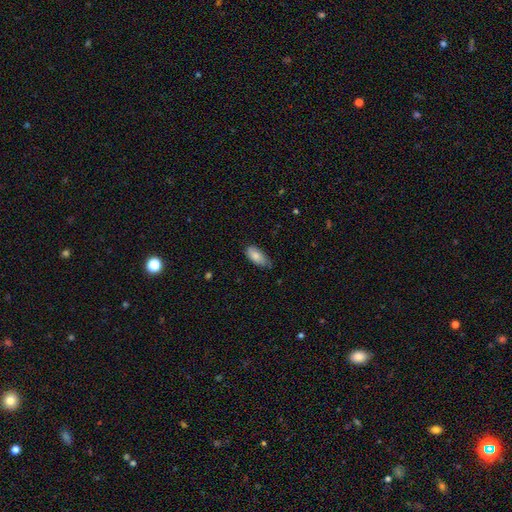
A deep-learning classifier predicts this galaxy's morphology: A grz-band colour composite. It shows a smooth galaxy with no disk features (79%) that is in between round and cigar-shaped (88%). Merging: none (61%).